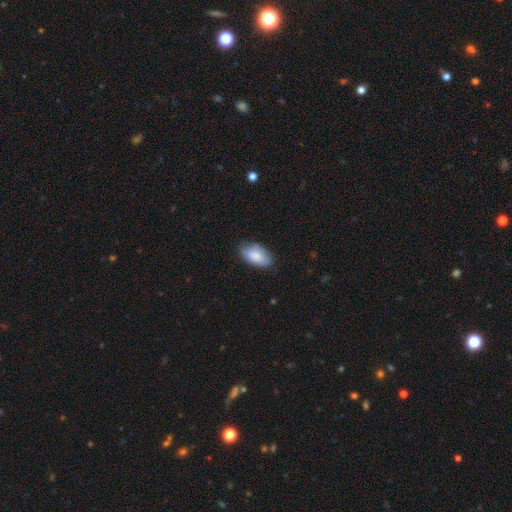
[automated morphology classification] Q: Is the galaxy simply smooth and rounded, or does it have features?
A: smooth — 84%.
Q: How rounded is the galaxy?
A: in between — 95%.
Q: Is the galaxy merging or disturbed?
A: none — 78%.